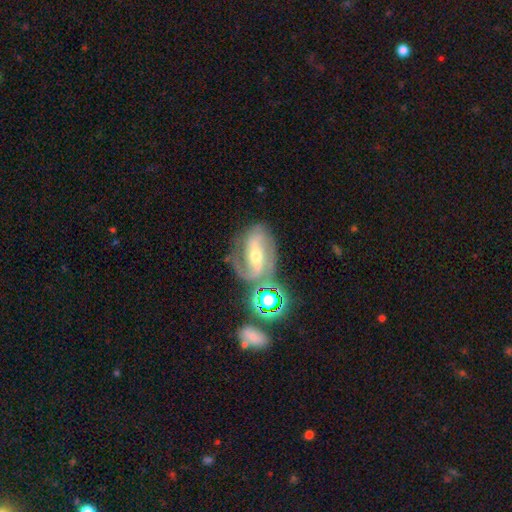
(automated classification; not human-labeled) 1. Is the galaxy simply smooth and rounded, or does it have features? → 82% featured or disk, 10% star or artifact, 8% smooth.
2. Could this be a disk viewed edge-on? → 95% no, 5% yes.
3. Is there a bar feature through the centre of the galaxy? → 48% strong, 34% weak, 18% no.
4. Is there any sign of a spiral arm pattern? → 95% yes, 5% no.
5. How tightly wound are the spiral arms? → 48% medium, 27% tight, 24% loose.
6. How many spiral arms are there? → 73% 2, 9% can't tell, 8% 3, 7% 1, 2% 4, 2% more than 4.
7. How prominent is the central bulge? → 57% moderate, 39% small, 3% large, 1% none, 1% dominant.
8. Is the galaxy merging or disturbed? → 58% none, 19% minor disturbance, 12% major disturbance, 10% merger.